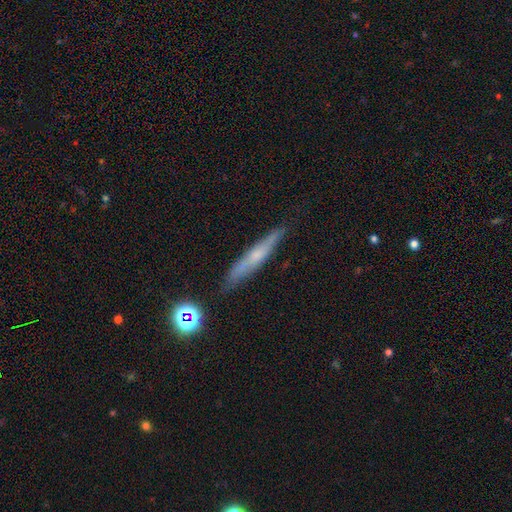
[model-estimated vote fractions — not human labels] The model was most divided on "smooth or featured": featured or disk: 48%, smooth: 42%, star or artifact: 10%. More confident: merging — none (83%).